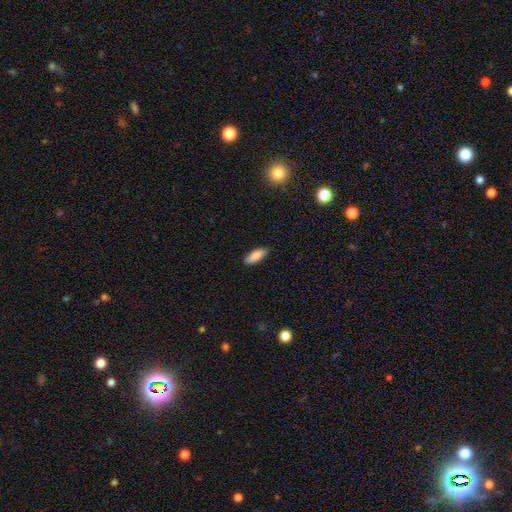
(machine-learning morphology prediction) smooth_or_featured: smooth (p=0.89) [alt: star or artifact p=0.06]
how_rounded: in between (p=0.75) [alt: cigar-shaped p=0.23]
merging: none (p=0.86) [alt: minor disturbance p=0.11]